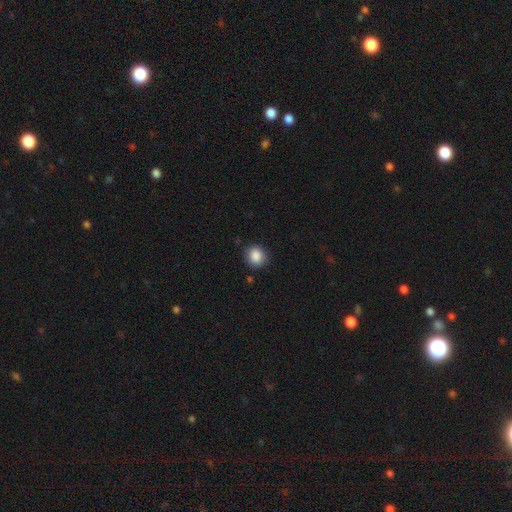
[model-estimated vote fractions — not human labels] Smooth or featured?
  - smooth: 87% *
  - star or artifact: 9%
  - featured or disk: 4%
How rounded?
  - round: 78% *
  - in between: 21%
  - cigar-shaped: 1%
Merging?
  - none: 84% *
  - minor disturbance: 12%
  - major disturbance: 3%
  - merger: 1%